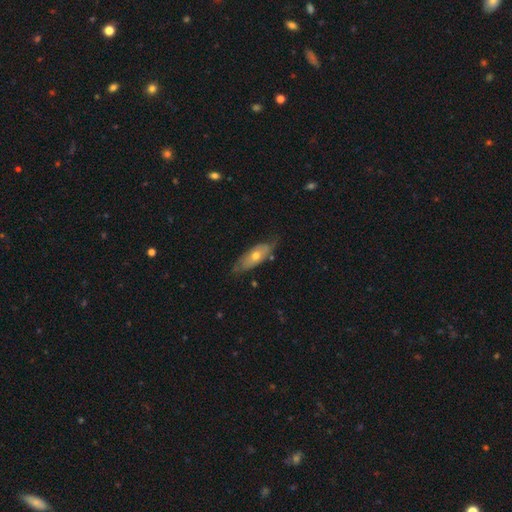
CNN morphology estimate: Q: Smooth or featured?
A: featured or disk (49%); runner-up: smooth (45%)
Q: Merging?
A: none (66%); runner-up: minor disturbance (26%)